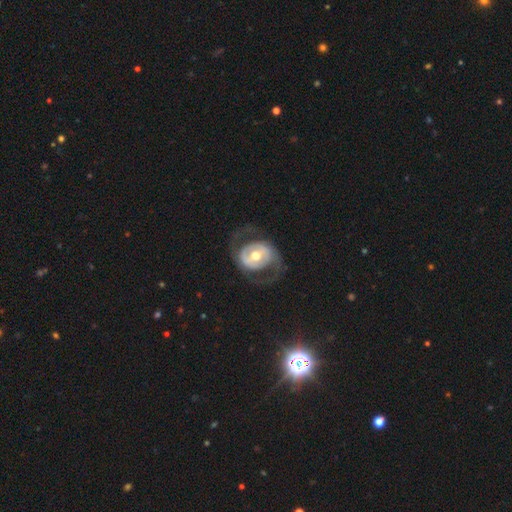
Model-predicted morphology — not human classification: featured or disk 75%, smooth 20%, star or artifact 5%. Down the decision tree: edge-on disk — no (96%); bar — no (46%); spiral arms — yes (65%); bulge size — moderate (75%); merging — none (65%).